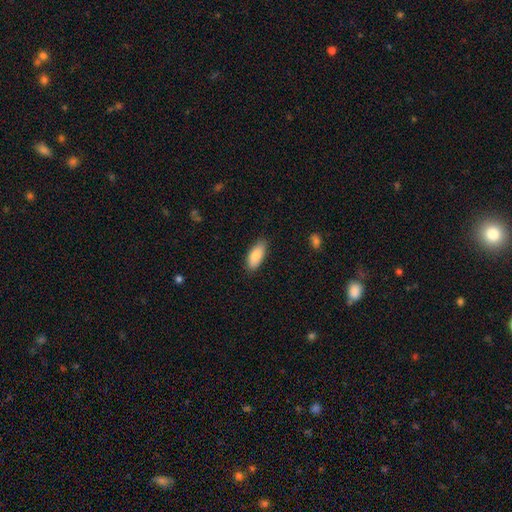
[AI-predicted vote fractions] smooth_or_featured: smooth (p=0.86) [alt: featured or disk p=0.08]
how_rounded: in between (p=0.86) [alt: cigar-shaped p=0.12]
merging: none (p=0.83) [alt: minor disturbance p=0.13]